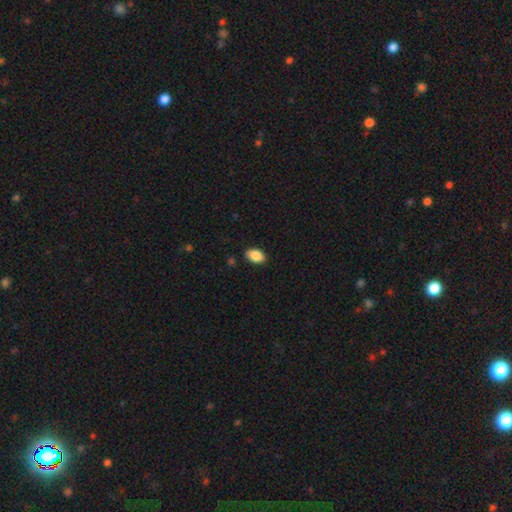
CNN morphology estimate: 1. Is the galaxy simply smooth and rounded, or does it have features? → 87% smooth, 8% star or artifact, 6% featured or disk.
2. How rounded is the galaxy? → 91% in between, 8% round, 2% cigar-shaped.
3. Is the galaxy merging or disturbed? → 85% none, 11% minor disturbance, 2% major disturbance, 1% merger.